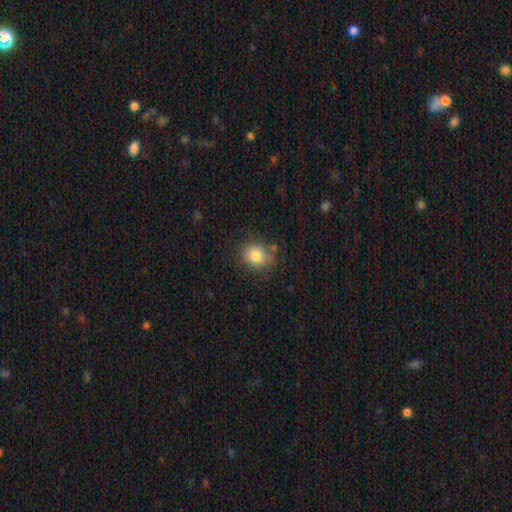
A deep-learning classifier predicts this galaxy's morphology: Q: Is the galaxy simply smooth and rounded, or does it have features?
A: smooth — 82%.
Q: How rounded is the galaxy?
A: round — 62%.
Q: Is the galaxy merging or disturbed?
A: none — 74%.